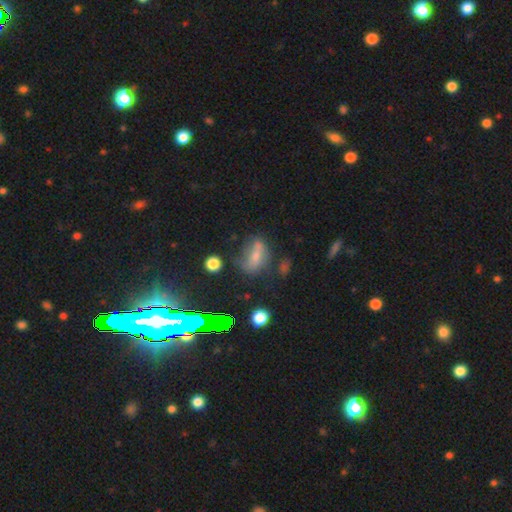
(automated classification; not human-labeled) Overall: smooth (54%; featured or disk 26%). How rounded: in between (70%). Merging: none (44%; minor disturbance 26%).